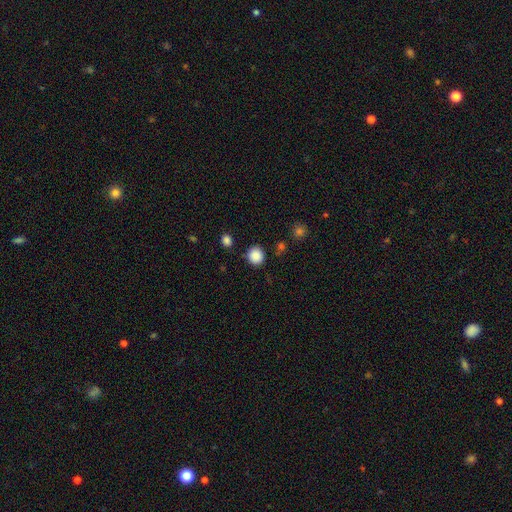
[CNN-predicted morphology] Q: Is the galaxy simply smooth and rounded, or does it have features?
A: smooth — 87%.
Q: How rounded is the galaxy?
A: round — 88%.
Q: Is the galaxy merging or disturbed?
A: none — 85%.